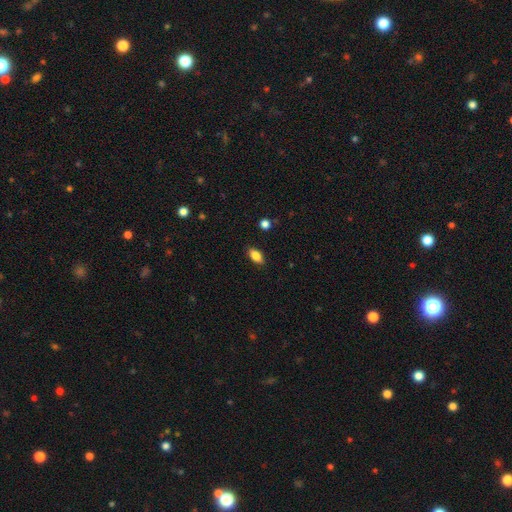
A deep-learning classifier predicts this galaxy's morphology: smooth 84%, star or artifact 8%, featured or disk 8%. Down the decision tree: how rounded — in between (88%); merging — none (87%).